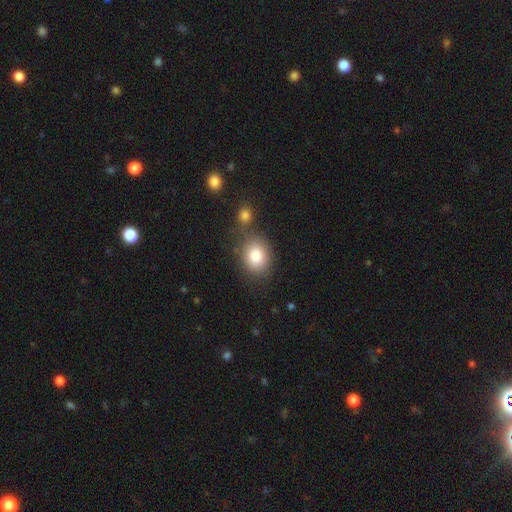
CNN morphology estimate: smooth 83%, star or artifact 9%, featured or disk 8%. Down the decision tree: how rounded — round (54%); merging — none (66%).